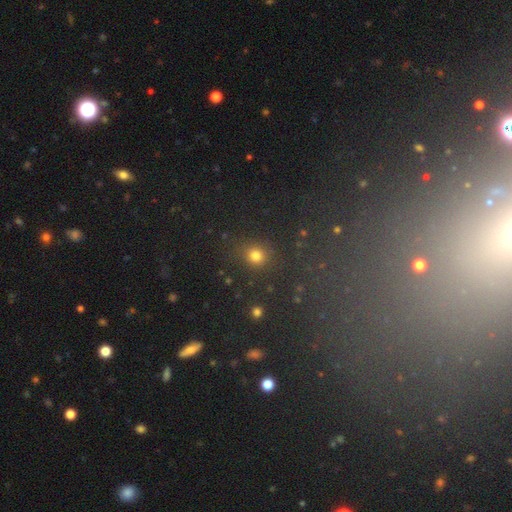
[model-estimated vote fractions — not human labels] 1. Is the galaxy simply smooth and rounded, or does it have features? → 77% smooth, 17% star or artifact, 5% featured or disk.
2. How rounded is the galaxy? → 86% round, 13% in between, 1% cigar-shaped.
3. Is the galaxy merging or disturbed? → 83% none, 8% minor disturbance, 4% major disturbance, 4% merger.